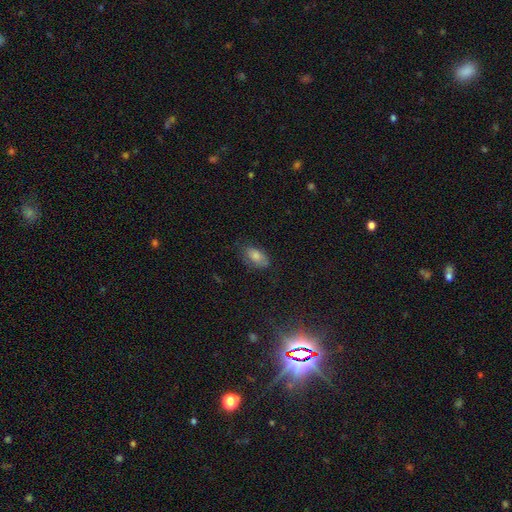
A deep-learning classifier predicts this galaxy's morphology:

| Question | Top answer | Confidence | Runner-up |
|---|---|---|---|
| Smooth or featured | smooth | 64% | star or artifact (21%) |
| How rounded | in between | 89% | round (8%) |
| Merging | none | 74% | minor disturbance (19%) |